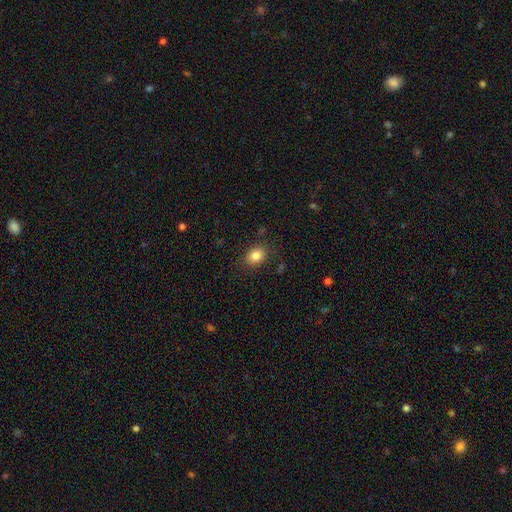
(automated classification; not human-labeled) Q: Smooth or featured?
A: smooth (84%); runner-up: star or artifact (10%)
Q: How rounded?
A: in between (62%); runner-up: round (37%)
Q: Merging?
A: none (85%); runner-up: minor disturbance (10%)